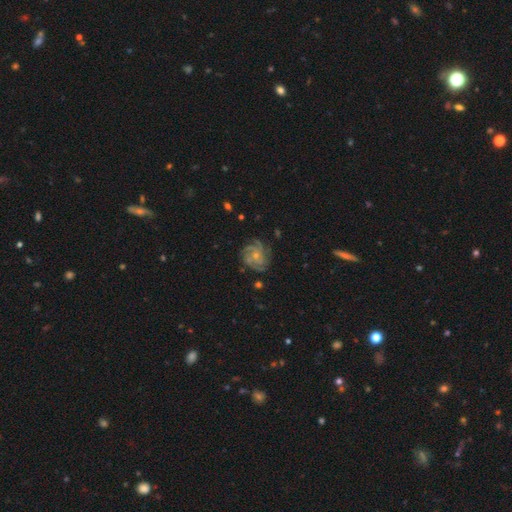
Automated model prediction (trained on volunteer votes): Q: Smooth or featured?
A: featured or disk (81%); runner-up: smooth (11%)
Q: Edge-on disk?
A: no (98%); runner-up: yes (2%)
Q: Bar?
A: no (77%); runner-up: weak (20%)
Q: Spiral arms?
A: yes (95%); runner-up: no (5%)
Q: Spiral winding?
A: tight (58%); runner-up: medium (33%)
Q: Spiral arm count?
A: 4 (28%); runner-up: can't tell (24%)
Q: Bulge size?
A: small (65%); runner-up: moderate (30%)
Q: Merging?
A: none (73%); runner-up: minor disturbance (17%)